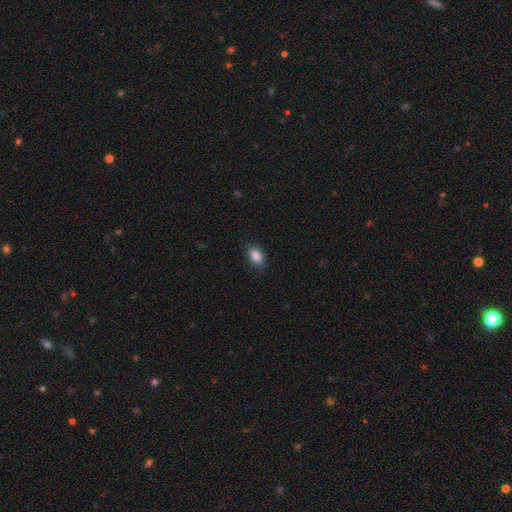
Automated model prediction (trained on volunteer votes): Smooth or featured? smooth (88%)
How rounded? in between (88%)
Merging? none (85%)